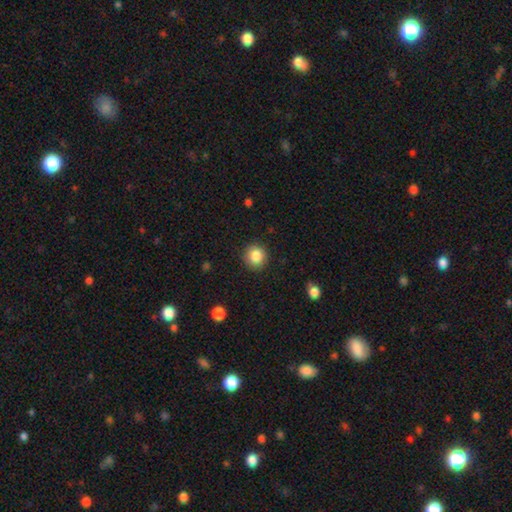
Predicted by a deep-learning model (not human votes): This is clearly a smooth galaxy (86%). How rounded: clearly round (88%). Merging: clearly none (89%).